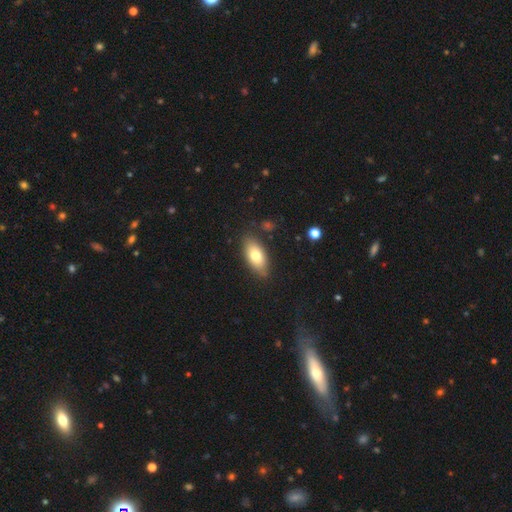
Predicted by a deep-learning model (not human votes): A smooth galaxy with no disk features (75%) that is in between round and cigar-shaped (89%).

Vote fractions:
- Smooth or featured? smooth: 75% / featured or disk: 18% / star or artifact: 7%
- How rounded? in between: 89% / cigar-shaped: 7% / round: 4%
- Merging? none: 82% / minor disturbance: 13% / major disturbance: 3% / merger: 2%